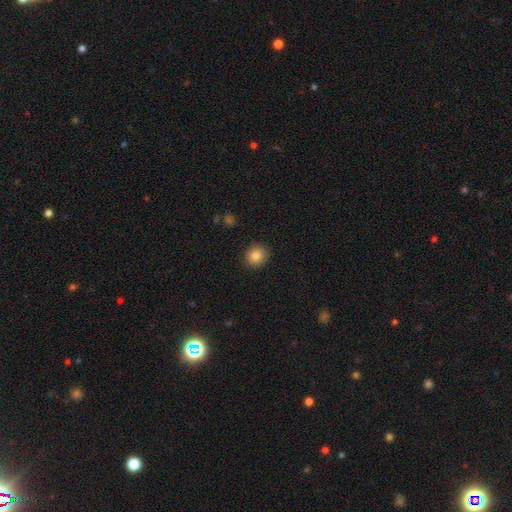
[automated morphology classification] Smooth or featured? smooth (85%)
How rounded? round (80%)
Merging? none (90%)